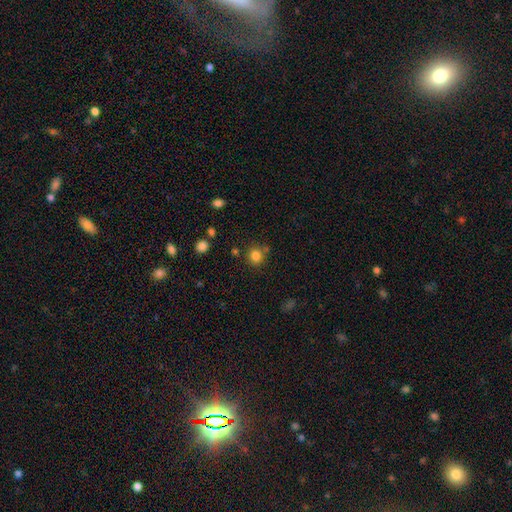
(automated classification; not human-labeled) The model was most divided on "merging": none: 78%, minor disturbance: 10%, merger: 9%, major disturbance: 3%. More confident: how rounded — round (88%); smooth or featured — smooth (82%).